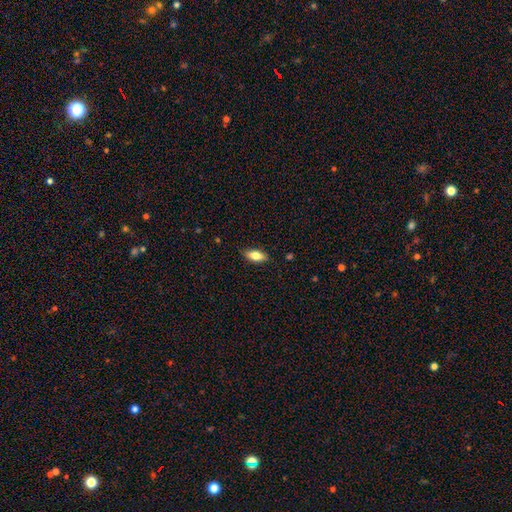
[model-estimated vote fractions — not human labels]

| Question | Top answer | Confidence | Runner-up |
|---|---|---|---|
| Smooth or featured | smooth | 77% | featured or disk (16%) |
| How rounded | in between | 83% | cigar-shaped (13%) |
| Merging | none | 84% | minor disturbance (13%) |